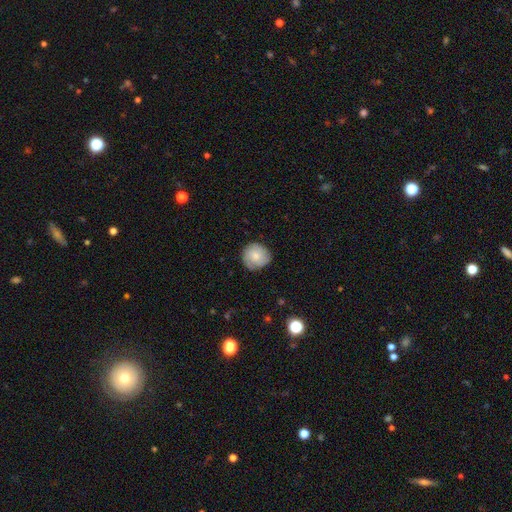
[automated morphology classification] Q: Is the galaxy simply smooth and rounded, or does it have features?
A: smooth — 67%.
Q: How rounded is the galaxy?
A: round — 90%.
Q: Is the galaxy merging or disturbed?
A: none — 77%.